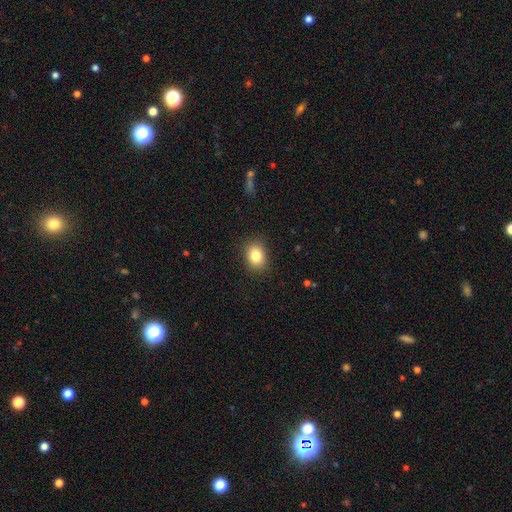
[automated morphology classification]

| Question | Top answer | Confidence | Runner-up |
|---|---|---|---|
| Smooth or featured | smooth | 83% | star or artifact (10%) |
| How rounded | in between | 54% | round (45%) |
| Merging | none | 88% | minor disturbance (9%) |